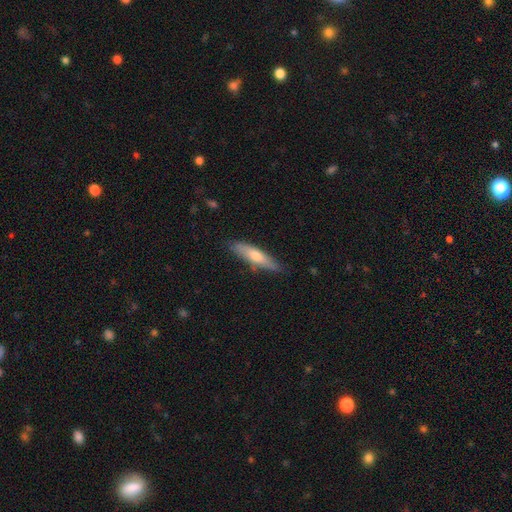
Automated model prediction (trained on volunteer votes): A smooth galaxy with no disk features (54%) that is cigar-shaped (78%). Merging: none (84%).